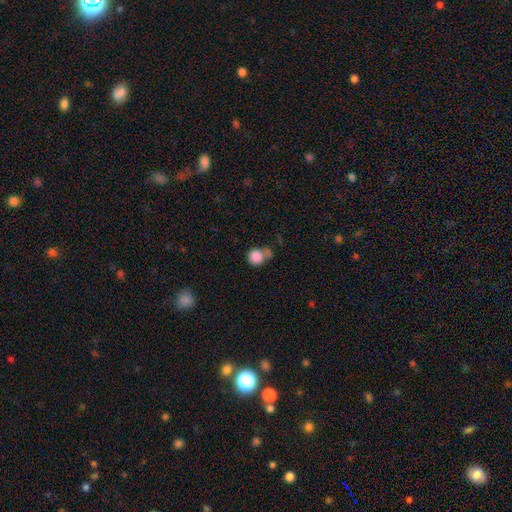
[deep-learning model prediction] Smooth or featured? Predicted: smooth (p=0.86). How rounded? Predicted: round (p=0.87). Merging? Predicted: none (p=0.47).